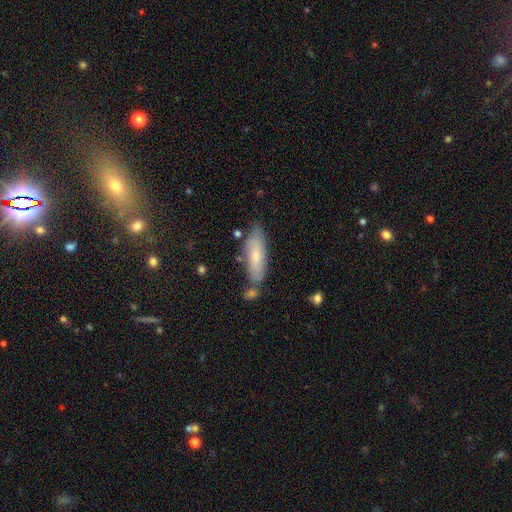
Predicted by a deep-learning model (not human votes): smooth-or-featured: smooth: 66% | featured or disk: 28% | star or artifact: 7%
  how-rounded: in between: 56% | cigar-shaped: 43% | round: 2%
  merging: none: 67% | minor disturbance: 19% | merger: 10% | major disturbance: 4%